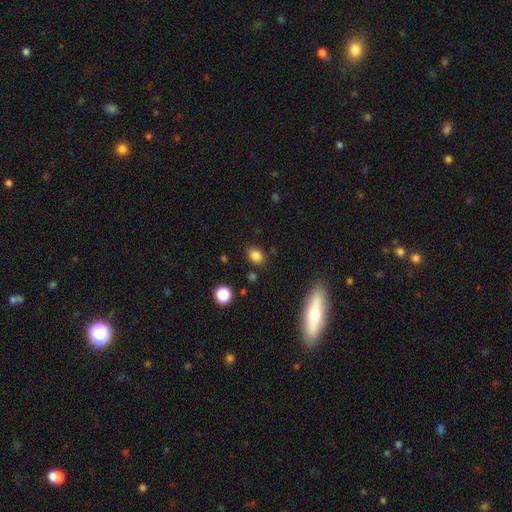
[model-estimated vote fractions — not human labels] This is clearly a smooth galaxy (83%). How rounded: possibly in between (57%). Merging: clearly none (84%).